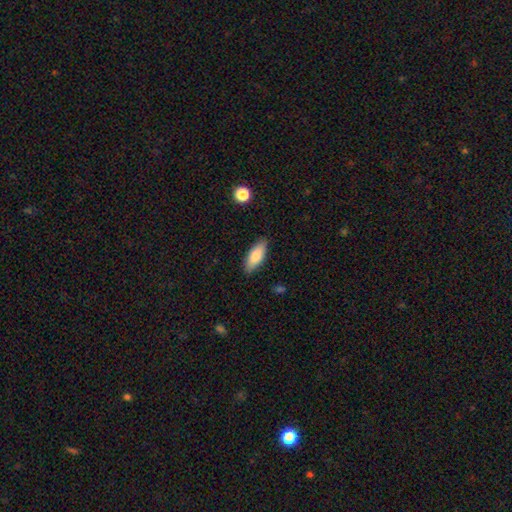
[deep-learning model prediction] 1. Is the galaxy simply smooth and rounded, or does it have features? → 79% smooth, 15% featured or disk, 6% star or artifact.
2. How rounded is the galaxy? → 73% in between, 25% cigar-shaped, 2% round.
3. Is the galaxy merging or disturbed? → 86% none, 10% minor disturbance, 2% major disturbance, 1% merger.